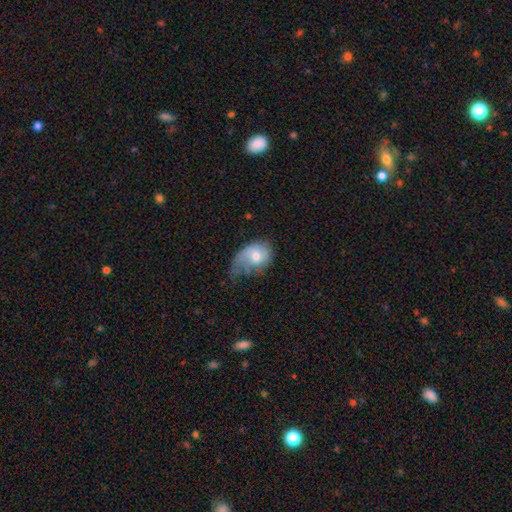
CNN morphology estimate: Smooth or featured? smooth (55%)
How rounded? in between (72%)
Merging? major disturbance (40%)